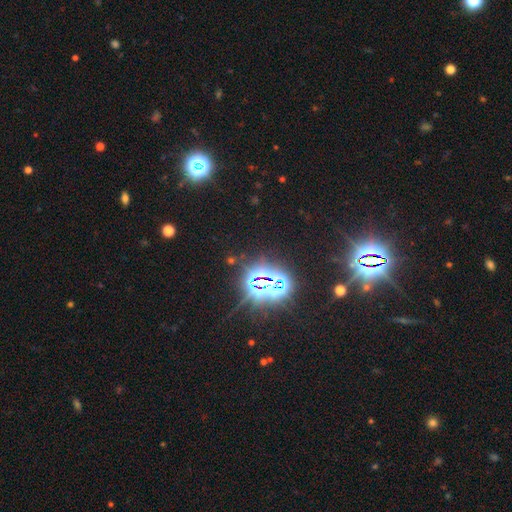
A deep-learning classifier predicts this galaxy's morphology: Smooth or featured? star or artifact (82%)